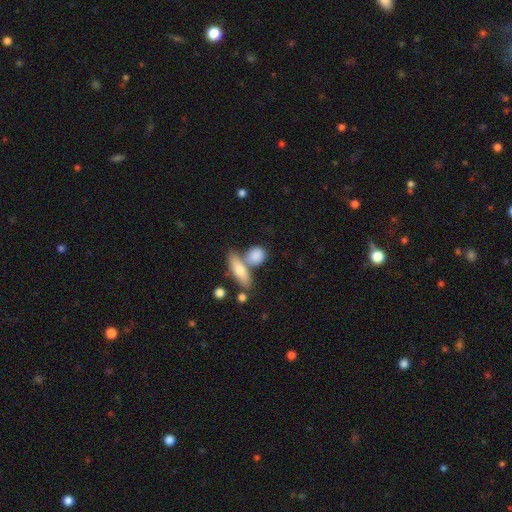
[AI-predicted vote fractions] This is clearly a smooth galaxy (80%). How rounded: possibly round (45%). Merging: possibly none (51%).